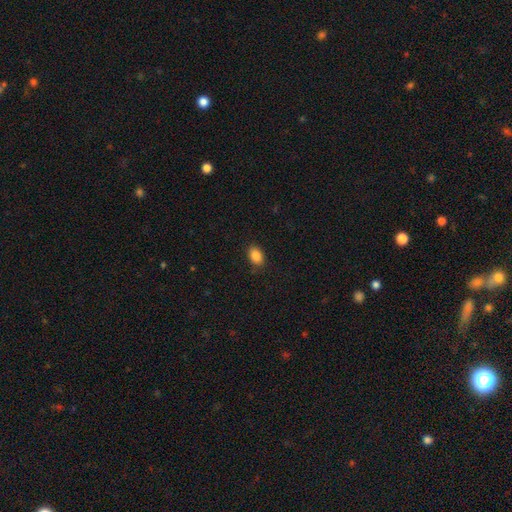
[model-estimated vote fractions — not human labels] Overall: smooth (88%). How rounded: in between (82%). Merging: none (86%).